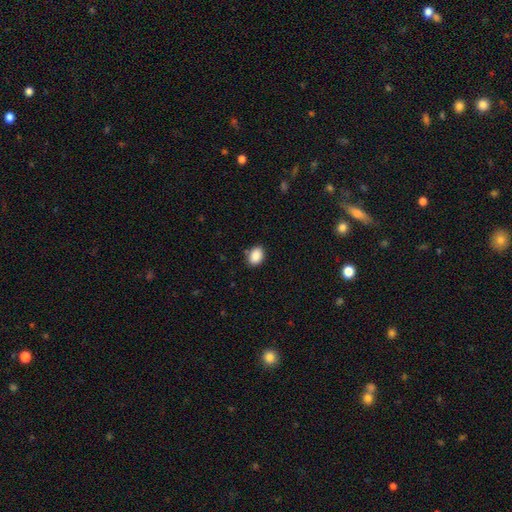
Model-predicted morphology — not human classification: smooth_or_featured: smooth (p=0.89) [alt: star or artifact p=0.08]
how_rounded: in between (p=0.77) [alt: round p=0.22]
merging: none (p=0.83) [alt: minor disturbance p=0.12]